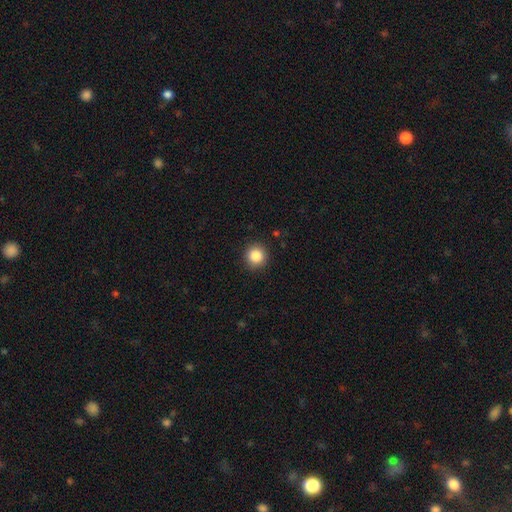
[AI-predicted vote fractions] smooth 86%, star or artifact 10%, featured or disk 4%. Down the decision tree: how rounded — round (92%); merging — none (91%).